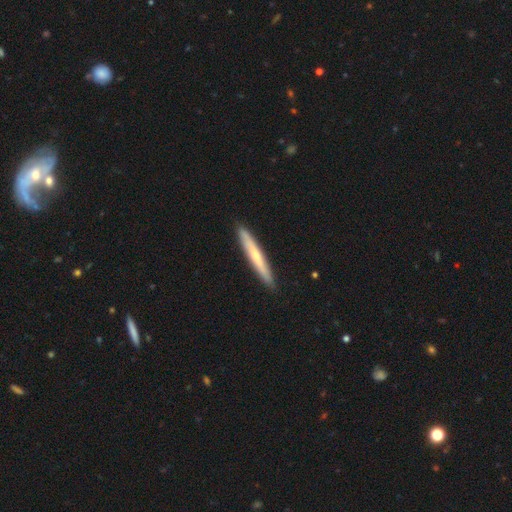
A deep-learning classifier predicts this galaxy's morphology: Q: Smooth or featured?
A: smooth (52%); runner-up: featured or disk (43%)
Q: How rounded?
A: cigar-shaped (95%); runner-up: in between (4%)
Q: Merging?
A: none (91%); runner-up: minor disturbance (7%)